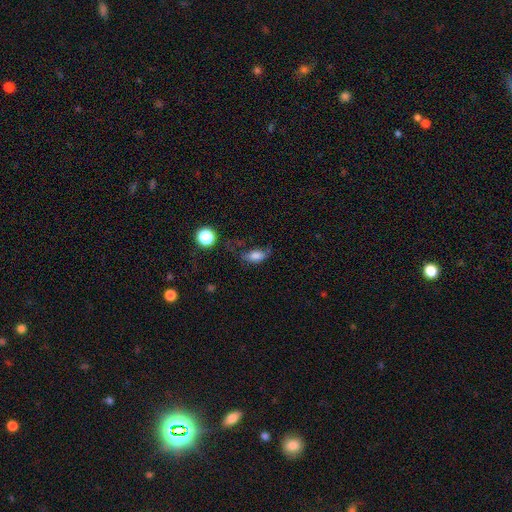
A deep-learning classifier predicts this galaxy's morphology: smooth-or-featured: smooth: 76% | featured or disk: 12% | star or artifact: 12%
  how-rounded: in between: 84% | round: 9% | cigar-shaped: 7%
  merging: none: 47% | minor disturbance: 30% | major disturbance: 20% | merger: 3%